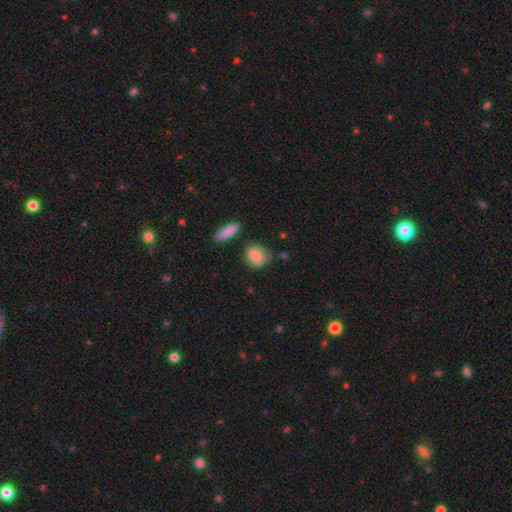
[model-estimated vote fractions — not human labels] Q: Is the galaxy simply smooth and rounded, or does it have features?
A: smooth — 78%.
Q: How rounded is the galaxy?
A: round — 64%.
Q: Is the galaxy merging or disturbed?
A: none — 67%.